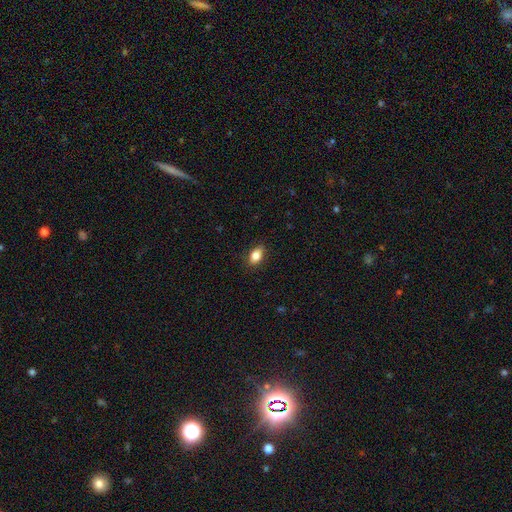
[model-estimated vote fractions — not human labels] Smooth or featured?
  - smooth: 84% *
  - star or artifact: 9%
  - featured or disk: 8%
How rounded?
  - in between: 85% *
  - round: 12%
  - cigar-shaped: 3%
Merging?
  - none: 86% *
  - minor disturbance: 11%
  - major disturbance: 2%
  - merger: 1%